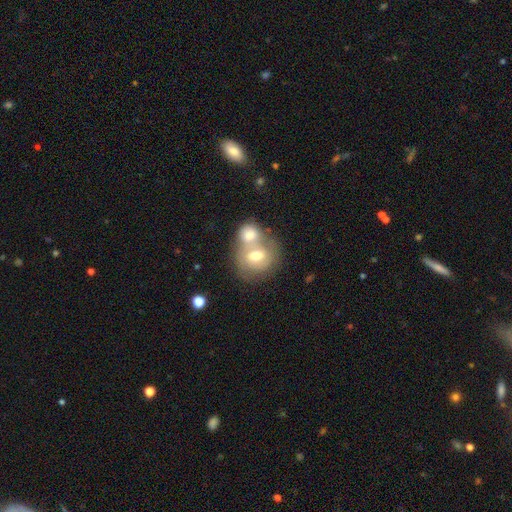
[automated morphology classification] This is likely a smooth galaxy (61%). How rounded: likely round (65%). Merging: likely merger (65%).